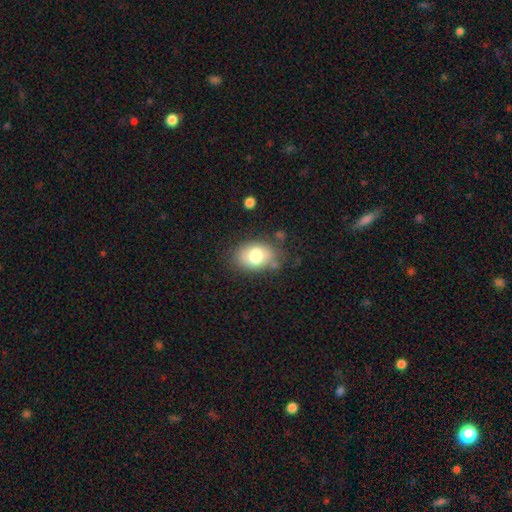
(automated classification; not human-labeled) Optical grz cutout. It shows a smooth galaxy with no disk features (77%) that is in between round and cigar-shaped (81%). Merging: none (77%).